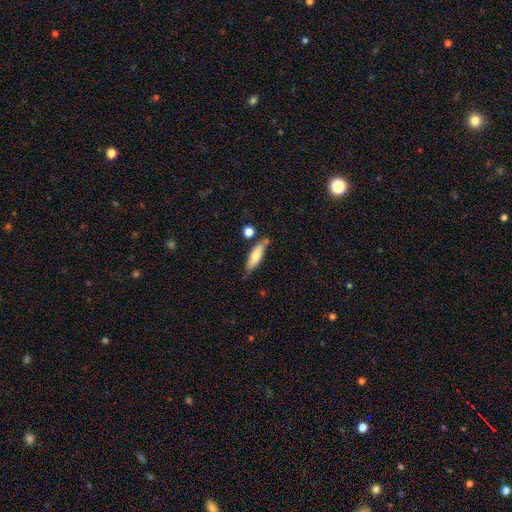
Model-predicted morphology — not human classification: This is likely a smooth galaxy (69%). How rounded: possibly cigar-shaped (56%). Merging: likely none (69%).